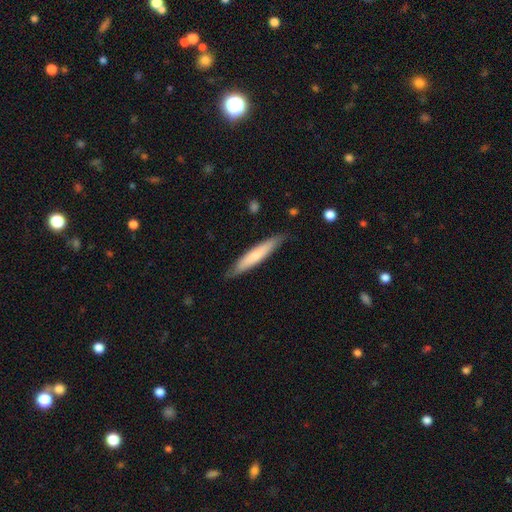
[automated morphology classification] This is likely a smooth galaxy (61%). How rounded: clearly cigar-shaped (92%). Merging: clearly none (87%).